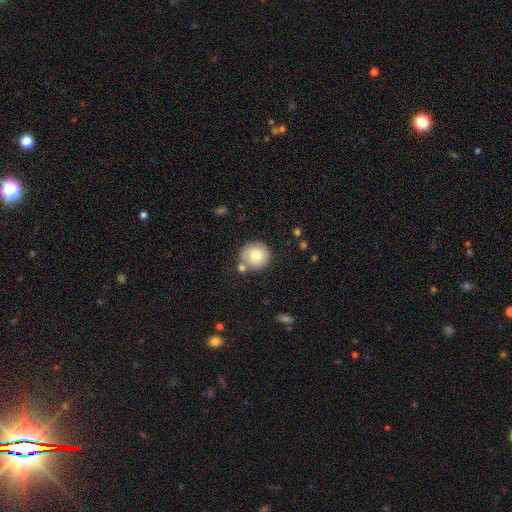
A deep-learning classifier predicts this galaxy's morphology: Smooth or featured? Predicted: smooth (p=0.79). How rounded? Predicted: round (p=0.93). Merging? Predicted: none (p=0.69).